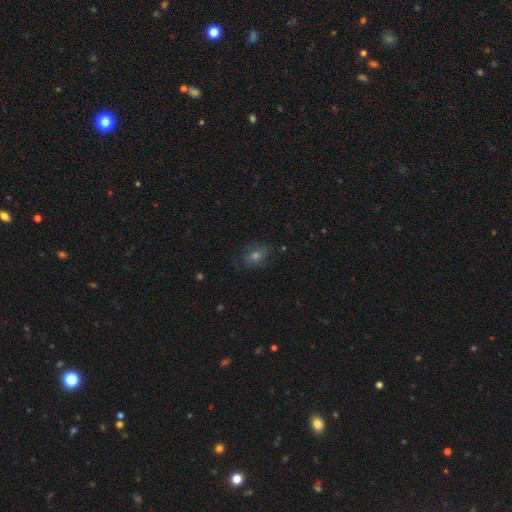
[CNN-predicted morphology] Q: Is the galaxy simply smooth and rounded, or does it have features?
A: smooth — 48%.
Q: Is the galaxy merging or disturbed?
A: none — 76%.